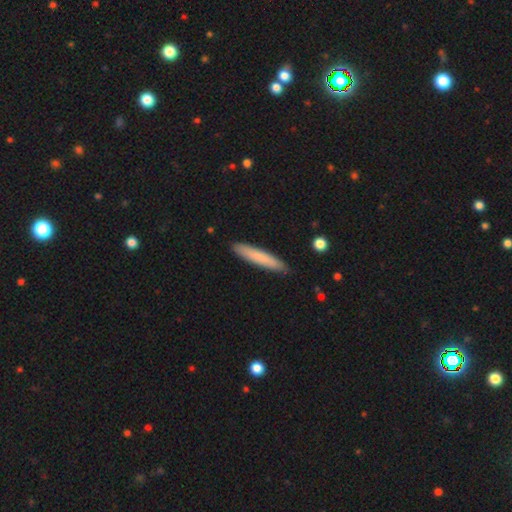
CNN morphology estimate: Overall: smooth (77%). How rounded: cigar-shaped (93%). Merging: none (90%).